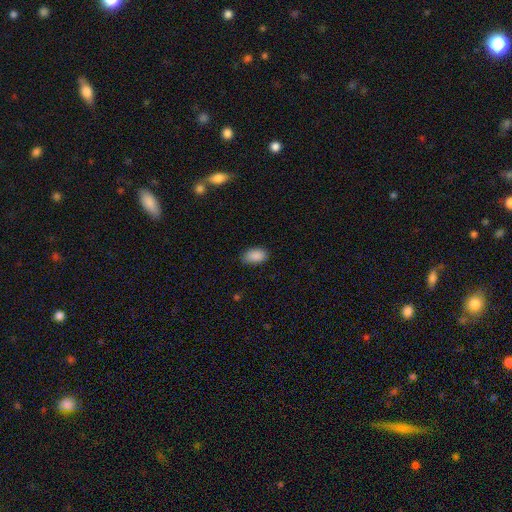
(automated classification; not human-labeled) Smooth or featured?
  - smooth: 89% *
  - star or artifact: 8%
  - featured or disk: 3%
How rounded?
  - in between: 91% *
  - round: 6%
  - cigar-shaped: 2%
Merging?
  - none: 80% *
  - minor disturbance: 16%
  - major disturbance: 3%
  - merger: 1%